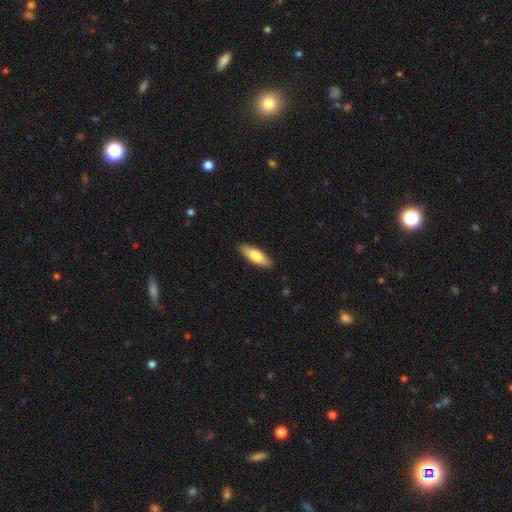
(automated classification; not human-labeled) Morphology: type=smooth (69%); roundness=in between (55%); merging=none (89%).